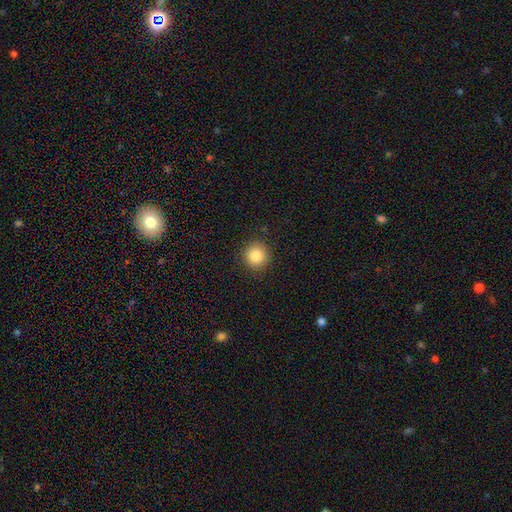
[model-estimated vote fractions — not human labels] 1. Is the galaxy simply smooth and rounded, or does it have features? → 85% smooth, 10% star or artifact, 5% featured or disk.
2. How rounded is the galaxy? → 93% round, 6% in between, 1% cigar-shaped.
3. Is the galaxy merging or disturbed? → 90% none, 7% minor disturbance, 2% major disturbance, 1% merger.